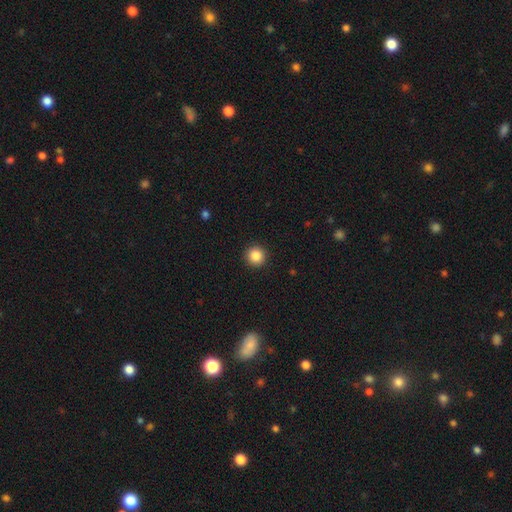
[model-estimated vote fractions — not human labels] This is clearly a smooth galaxy (86%). How rounded: clearly round (95%). Merging: clearly none (93%).